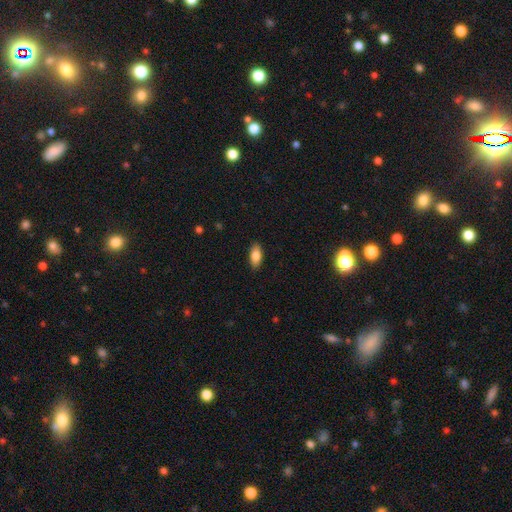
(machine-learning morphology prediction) Smooth or featured?
  - smooth: 81% *
  - featured or disk: 12%
  - star or artifact: 7%
How rounded?
  - in between: 85% *
  - cigar-shaped: 12%
  - round: 3%
Merging?
  - none: 88% *
  - minor disturbance: 9%
  - major disturbance: 2%
  - merger: 1%